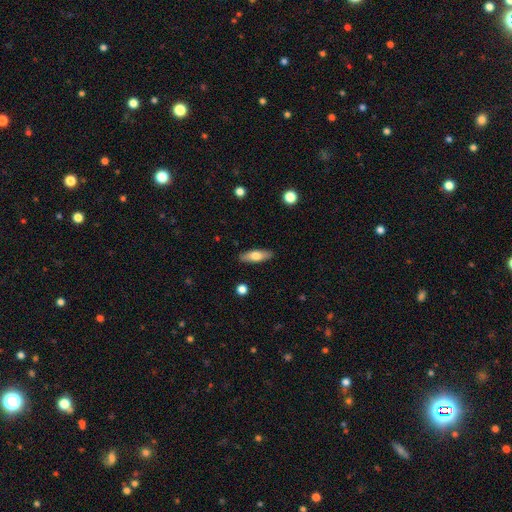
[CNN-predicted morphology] smooth-or-featured: smooth: 68% | featured or disk: 26% | star or artifact: 6%
  how-rounded: in between: 63% | cigar-shaped: 34% | round: 3%
  merging: none: 88% | minor disturbance: 9% | major disturbance: 2% | merger: 1%